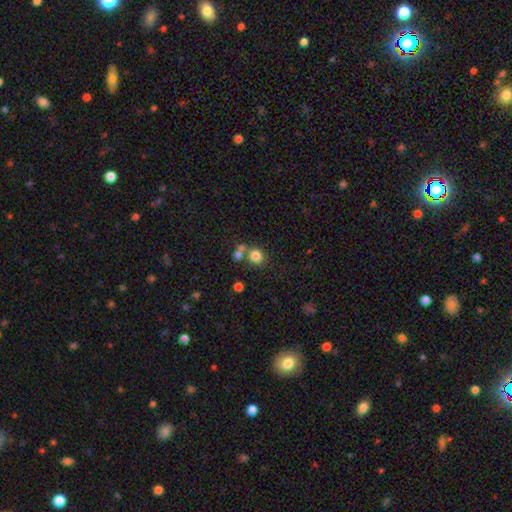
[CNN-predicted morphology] Smooth or featured?
  - smooth: 80% *
  - star or artifact: 12%
  - featured or disk: 8%
How rounded?
  - round: 80% *
  - in between: 19%
  - cigar-shaped: 1%
Merging?
  - none: 58% *
  - merger: 29%
  - minor disturbance: 9%
  - major disturbance: 4%